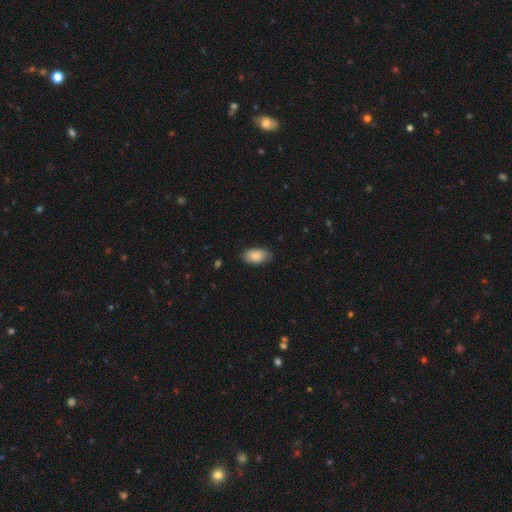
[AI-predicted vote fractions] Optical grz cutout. It shows a smooth galaxy with no disk features (85%) that is in between round and cigar-shaped (94%). Merging: none (79%).